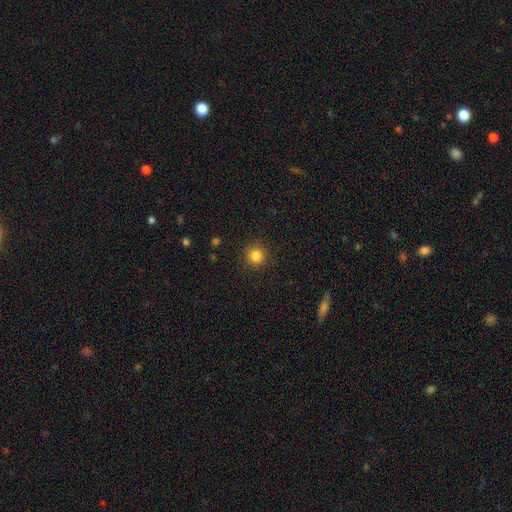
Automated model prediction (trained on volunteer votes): smooth_or_featured: smooth (p=0.84) [alt: star or artifact p=0.12]
how_rounded: round (p=0.94) [alt: in between p=0.05]
merging: none (p=0.91) [alt: minor disturbance p=0.06]